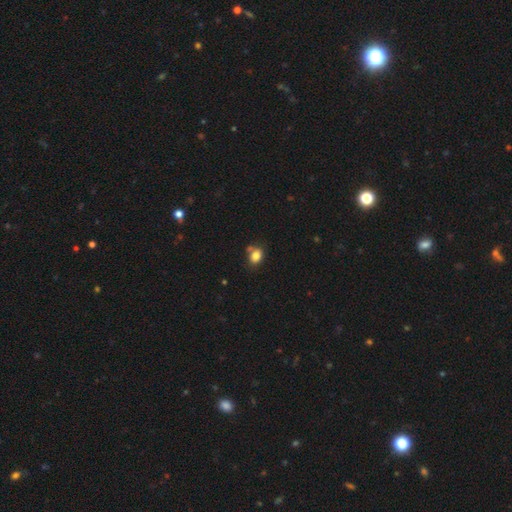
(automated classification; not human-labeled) This is clearly a smooth galaxy (83%). How rounded: likely in between (60%). Merging: likely none (62%).